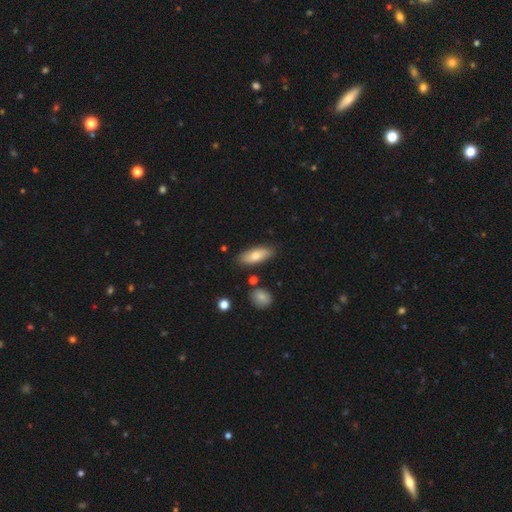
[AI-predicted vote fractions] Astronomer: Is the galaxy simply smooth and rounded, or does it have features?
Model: smooth — 79%.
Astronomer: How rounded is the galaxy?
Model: in between — 70%.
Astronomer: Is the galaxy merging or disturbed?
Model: none — 82%.